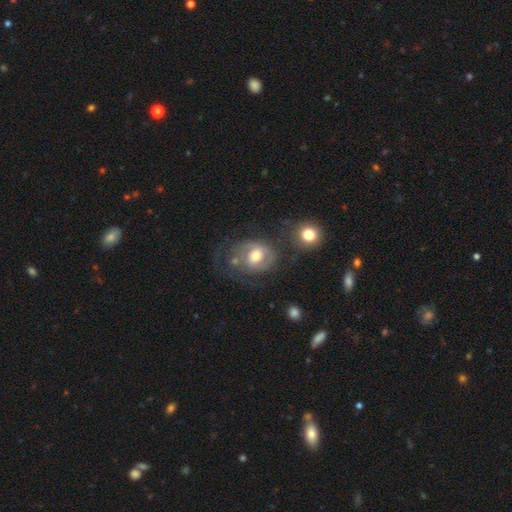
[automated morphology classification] Smooth or featured?
  - featured or disk: 63% *
  - smooth: 29%
  - star or artifact: 8%
Edge-on disk?
  - no: 97% *
  - yes: 3%
Bar?
  - no: 58% *
  - weak: 34%
  - strong: 8%
Spiral arms?
  - yes: 72% *
  - no: 28%
Bulge size?
  - moderate: 68% *
  - large: 15%
  - small: 14%
  - none: 2%
  - dominant: 1%
Merging?
  - none: 45% *
  - major disturbance: 23%
  - minor disturbance: 22%
  - merger: 11%